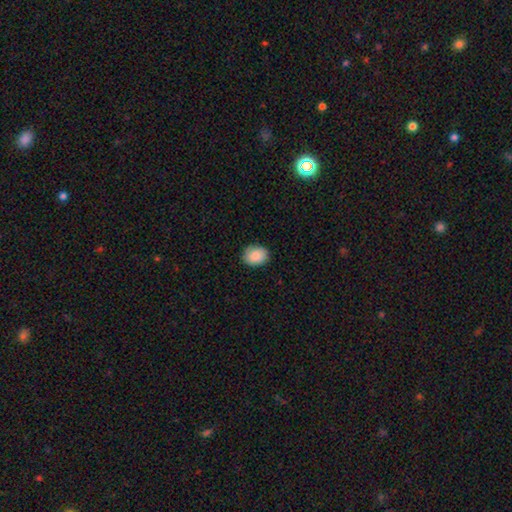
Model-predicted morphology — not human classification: A smooth galaxy with no disk features (87%) that is round (50%). Merging: none (84%).